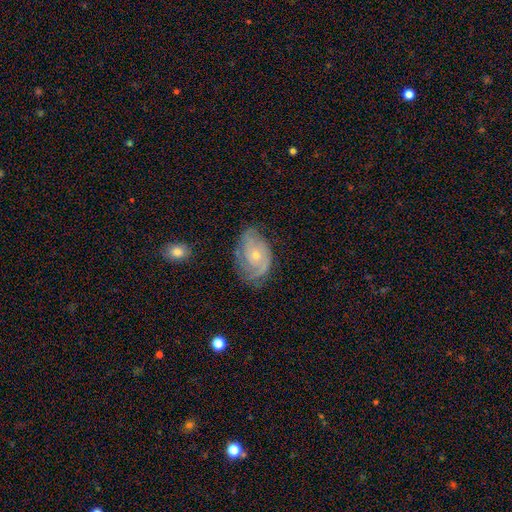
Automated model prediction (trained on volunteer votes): Q: Smooth or featured?
A: featured or disk (75%); runner-up: smooth (19%)
Q: Edge-on disk?
A: no (96%); runner-up: yes (4%)
Q: Bar?
A: no (76%); runner-up: weak (20%)
Q: Spiral arms?
A: yes (90%); runner-up: no (10%)
Q: Spiral winding?
A: tight (52%); runner-up: medium (35%)
Q: Spiral arm count?
A: 2 (42%); runner-up: can't tell (30%)
Q: Bulge size?
A: small (65%); runner-up: moderate (32%)
Q: Merging?
A: none (64%); runner-up: minor disturbance (25%)